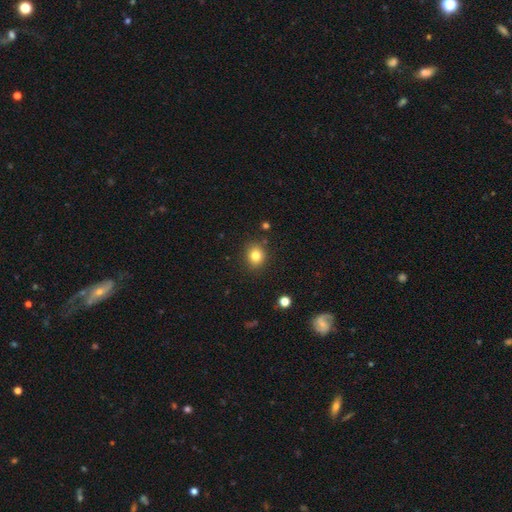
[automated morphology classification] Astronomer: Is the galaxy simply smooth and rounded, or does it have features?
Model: smooth — 81%.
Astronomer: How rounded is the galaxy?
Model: round — 75%.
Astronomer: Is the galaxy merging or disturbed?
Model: none — 86%.